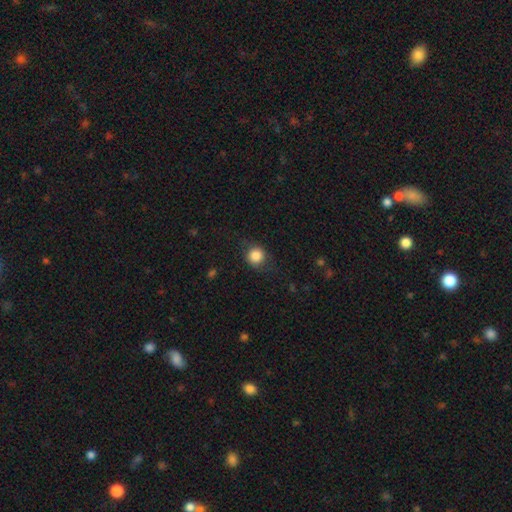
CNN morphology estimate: This appears to be a smooth galaxy with no disk features (84%) that is round (87%). Merging: none (77%).